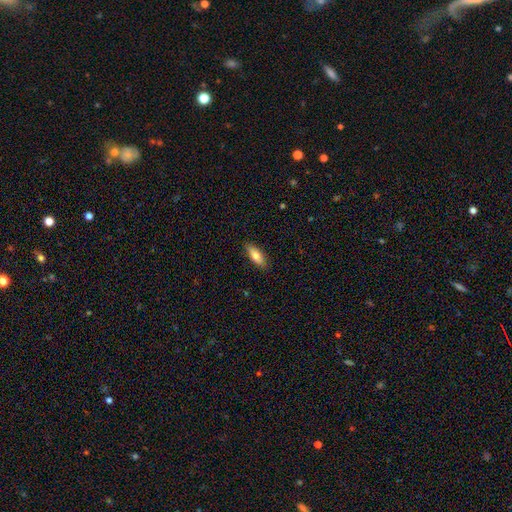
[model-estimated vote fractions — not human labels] Smooth or featured? Predicted: smooth (p=0.77). How rounded? Predicted: in between (p=0.71). Merging? Predicted: none (p=0.88).